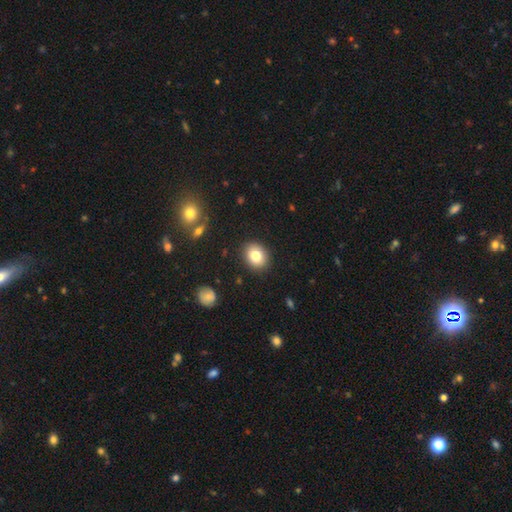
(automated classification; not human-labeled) smooth 80%, featured or disk 10%, star or artifact 10%. Down the decision tree: how rounded — round (56%); merging — none (89%).